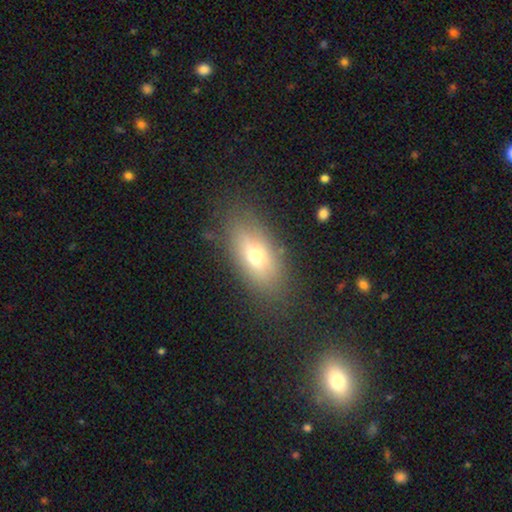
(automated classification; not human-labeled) Smooth or featured: smooth — 59% (featured or disk — 31%)
How rounded: in between — 80% (cigar-shaped — 13%)
Merging: none — 79% (minor disturbance — 13%)